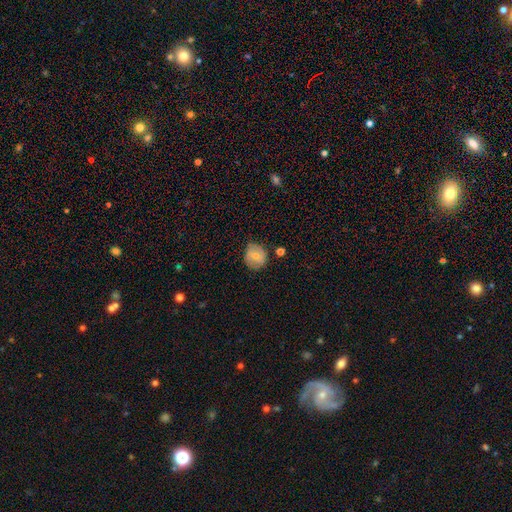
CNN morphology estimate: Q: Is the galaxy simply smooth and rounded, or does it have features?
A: smooth — 60%.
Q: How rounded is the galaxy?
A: round — 78%.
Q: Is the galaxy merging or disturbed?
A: none — 70%.